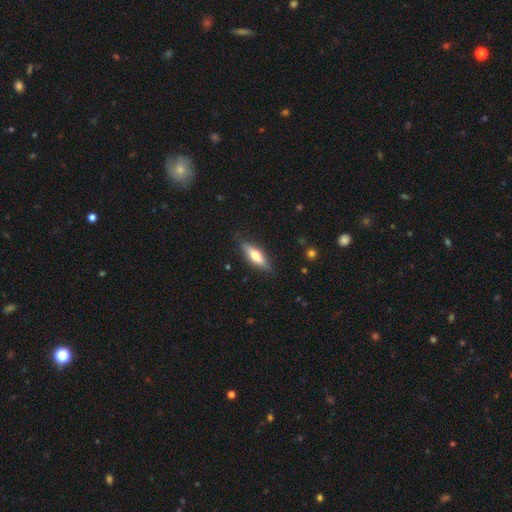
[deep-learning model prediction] smooth-or-featured: smooth: 54% | featured or disk: 40% | star or artifact: 6%
  how-rounded: in between: 49% | cigar-shaped: 48% | round: 2%
  merging: none: 84% | minor disturbance: 12% | major disturbance: 3% | merger: 1%